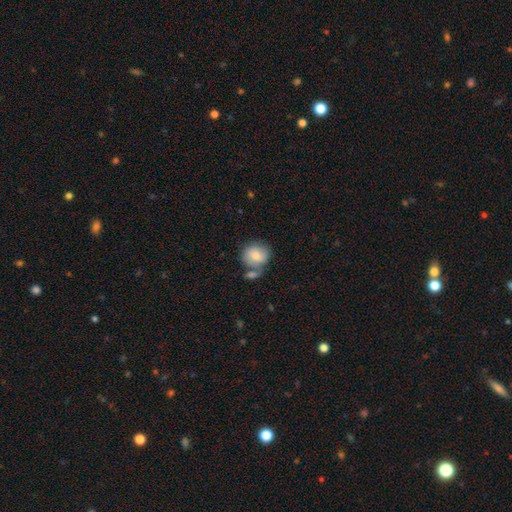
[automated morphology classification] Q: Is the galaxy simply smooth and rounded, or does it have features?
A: smooth — 80%.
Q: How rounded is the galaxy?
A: round — 79%.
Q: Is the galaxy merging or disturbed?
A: none — 49%.